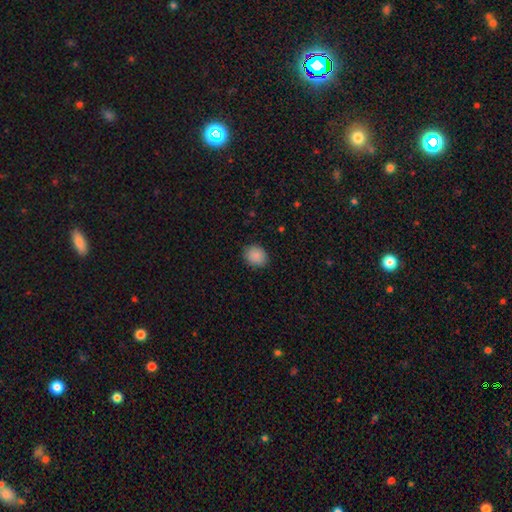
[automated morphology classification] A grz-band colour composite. It shows a smooth galaxy with no disk features (89%) that is round (65%). Merging: none (88%).